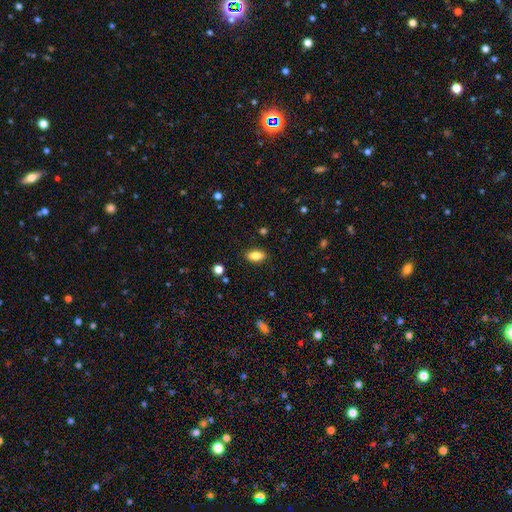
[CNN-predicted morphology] Smooth or featured? Predicted: smooth (p=0.82). How rounded? Predicted: in between (p=0.86). Merging? Predicted: none (p=0.87).